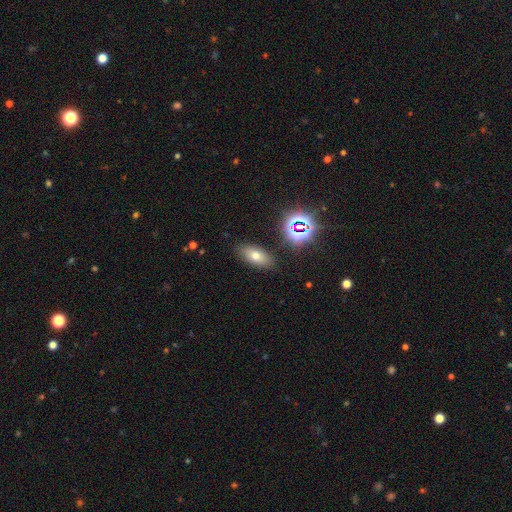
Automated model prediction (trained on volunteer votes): Q: Smooth or featured?
A: smooth (66%); runner-up: featured or disk (17%)
Q: How rounded?
A: in between (86%); runner-up: cigar-shaped (8%)
Q: Merging?
A: none (85%); runner-up: minor disturbance (10%)